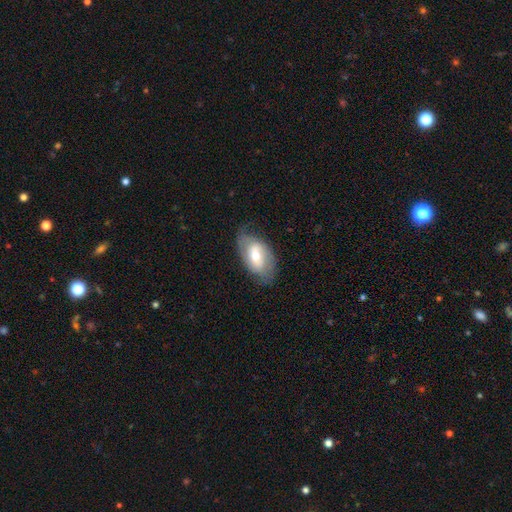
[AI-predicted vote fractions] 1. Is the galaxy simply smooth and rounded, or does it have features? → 53% featured or disk, 41% smooth, 6% star or artifact.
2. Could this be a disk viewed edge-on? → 91% no, 9% yes.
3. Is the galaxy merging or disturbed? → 67% none, 23% minor disturbance, 9% major disturbance, 1% merger.